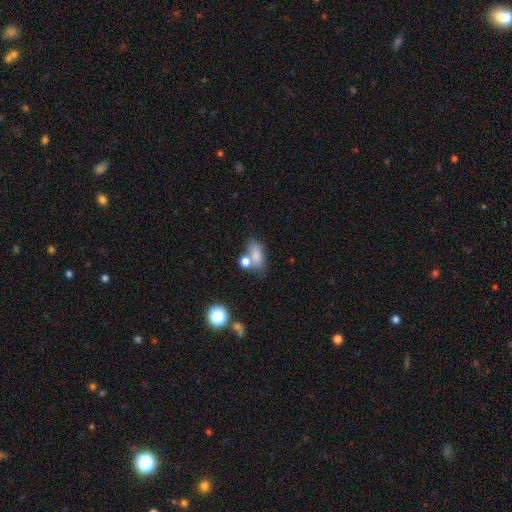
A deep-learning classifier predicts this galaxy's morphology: smooth 77%, featured or disk 12%, star or artifact 11%. Down the decision tree: how rounded — in between (80%); merging — none (46%).